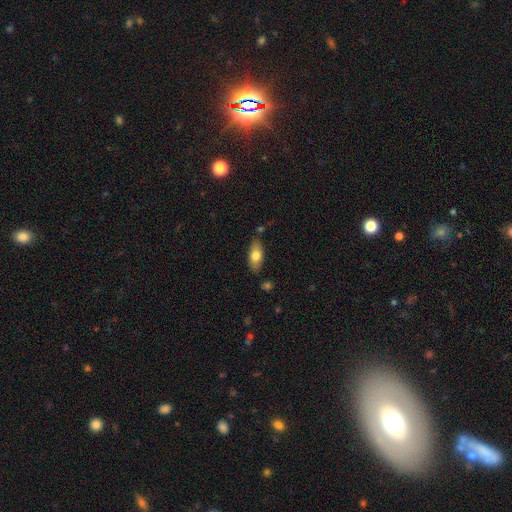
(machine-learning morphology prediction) This is likely a smooth galaxy (74%). How rounded: clearly in between (84%). Merging: clearly none (81%).